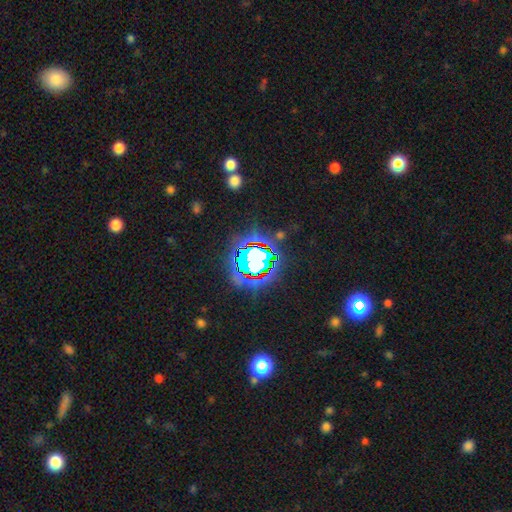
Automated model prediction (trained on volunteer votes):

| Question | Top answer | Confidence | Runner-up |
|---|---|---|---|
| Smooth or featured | star or artifact | 82% | smooth (11%) |